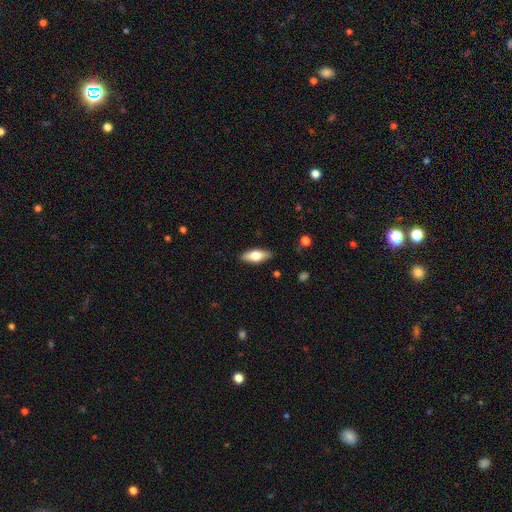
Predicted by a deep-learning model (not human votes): smooth 65%, featured or disk 29%, star or artifact 6%. Down the decision tree: how rounded — in between (74%); merging — none (87%).